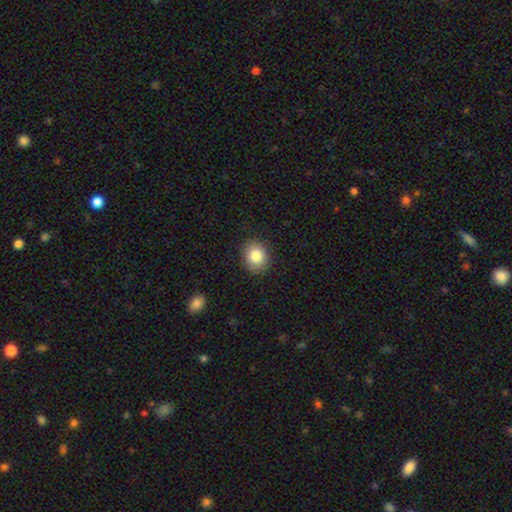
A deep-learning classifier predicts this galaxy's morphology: Q: Smooth or featured?
A: smooth (83%); runner-up: star or artifact (9%)
Q: How rounded?
A: round (70%); runner-up: in between (30%)
Q: Merging?
A: none (88%); runner-up: minor disturbance (8%)